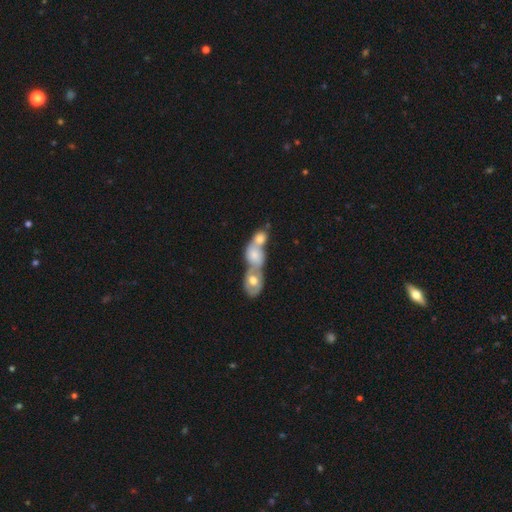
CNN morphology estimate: The model was most divided on "smooth or featured": featured or disk: 46%, smooth: 40%, star or artifact: 13%. More confident: merging — merger (78%).